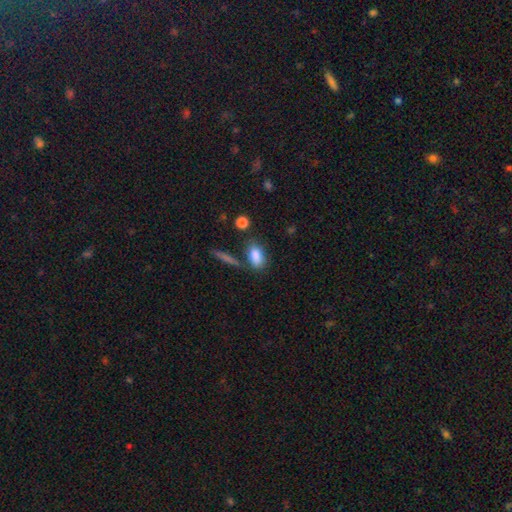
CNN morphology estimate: The model was most divided on "merging": none: 68%, minor disturbance: 16%, merger: 11%, major disturbance: 5%. More confident: smooth or featured — smooth (85%); how rounded — in between (85%).